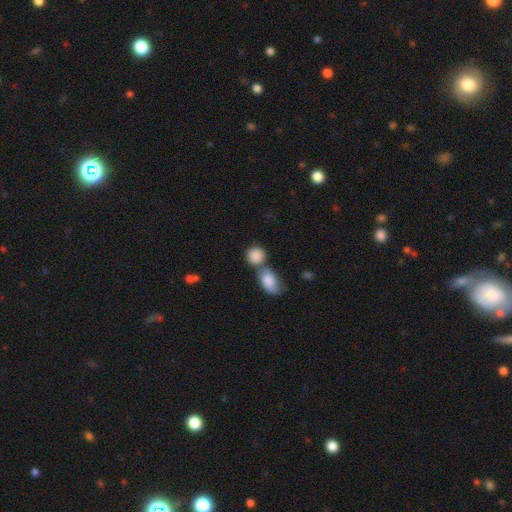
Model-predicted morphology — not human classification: A smooth galaxy with no disk features (86%) that is round (69%).

Vote fractions:
- Smooth or featured? smooth: 86% / star or artifact: 7% / featured or disk: 7%
- How rounded? round: 69% / in between: 29% / cigar-shaped: 2%
- Merging? merger: 51% / none: 36% / minor disturbance: 9% / major disturbance: 4%